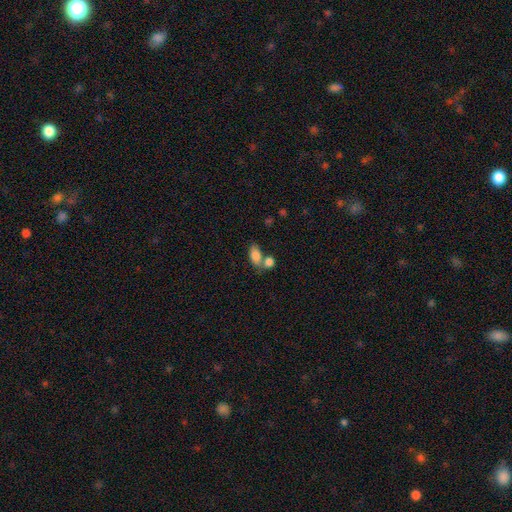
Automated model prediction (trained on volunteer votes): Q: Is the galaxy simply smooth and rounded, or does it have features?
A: smooth — 83%.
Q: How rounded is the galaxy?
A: in between — 89%.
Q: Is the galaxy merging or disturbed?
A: merger — 48%.